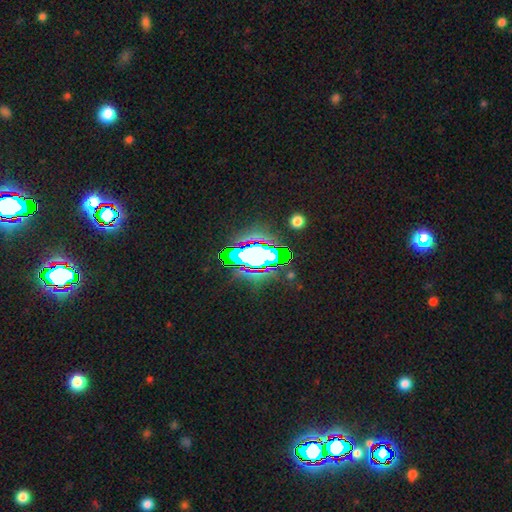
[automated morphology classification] This appears to be a star or artifact, not a galaxy (58%).